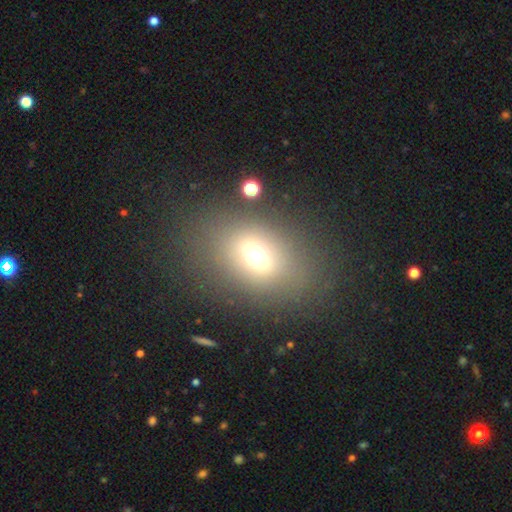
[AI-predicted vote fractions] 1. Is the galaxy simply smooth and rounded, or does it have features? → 65% smooth, 21% star or artifact, 14% featured or disk.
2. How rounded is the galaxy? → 62% in between, 36% round, 2% cigar-shaped.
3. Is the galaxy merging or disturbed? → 75% none, 12% minor disturbance, 9% major disturbance, 4% merger.